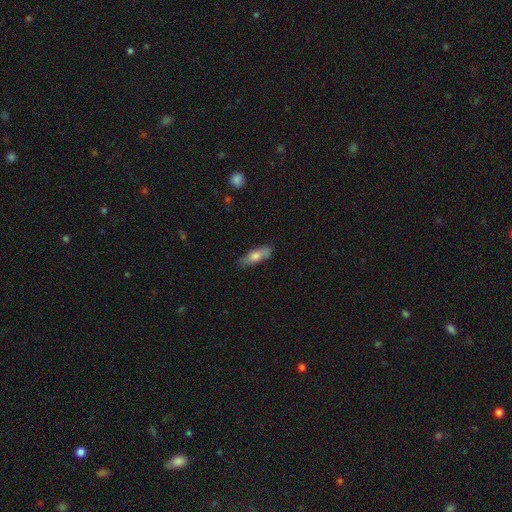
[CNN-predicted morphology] This appears to be a smooth galaxy with no disk features (67%) that is cigar-shaped (52%). Merging: none (81%).